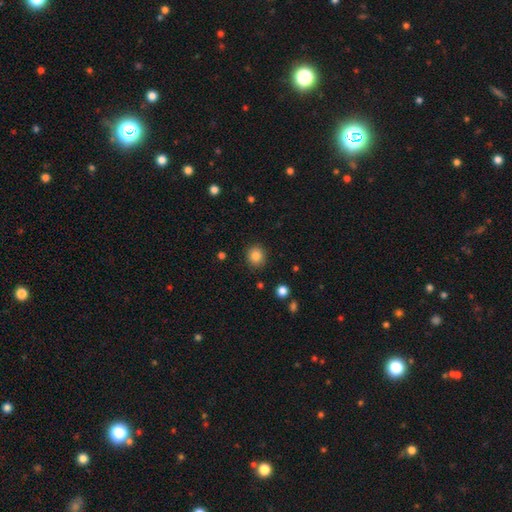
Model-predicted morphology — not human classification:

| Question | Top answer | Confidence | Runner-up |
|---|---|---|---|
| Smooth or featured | smooth | 86% | star or artifact (10%) |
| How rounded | round | 84% | in between (15%) |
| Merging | none | 88% | minor disturbance (8%) |